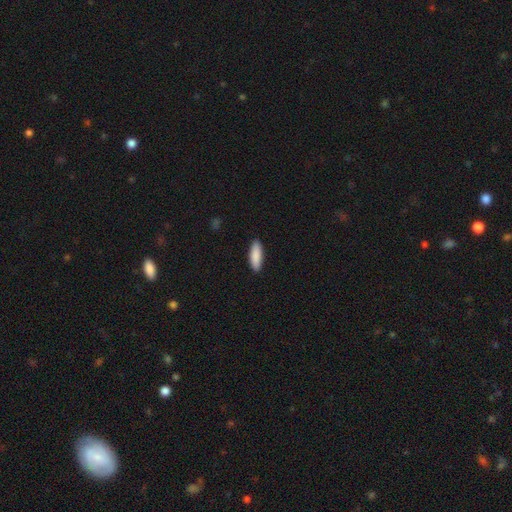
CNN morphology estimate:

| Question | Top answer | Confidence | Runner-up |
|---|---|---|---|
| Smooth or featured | smooth | 89% | star or artifact (5%) |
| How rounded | in between | 54% | cigar-shaped (44%) |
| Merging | none | 90% | minor disturbance (8%) |